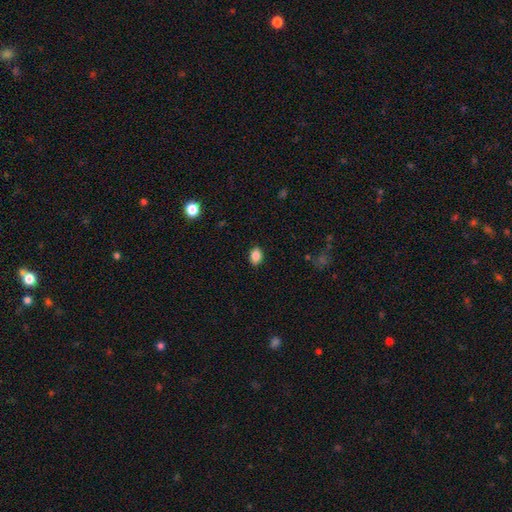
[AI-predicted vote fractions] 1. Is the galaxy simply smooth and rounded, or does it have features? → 87% smooth, 9% star or artifact, 4% featured or disk.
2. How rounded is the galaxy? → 76% in between, 23% round, 1% cigar-shaped.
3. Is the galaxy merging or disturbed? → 87% none, 10% minor disturbance, 2% major disturbance, 1% merger.